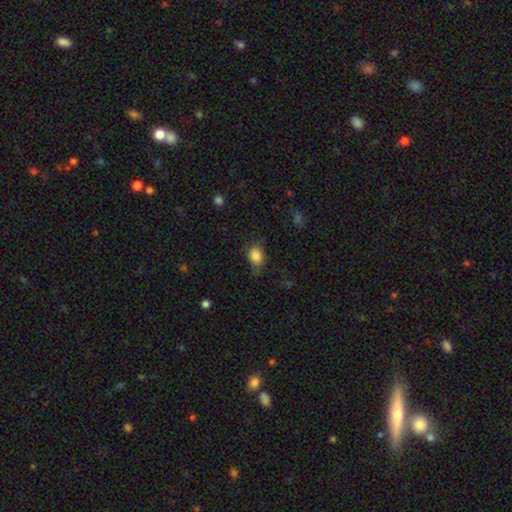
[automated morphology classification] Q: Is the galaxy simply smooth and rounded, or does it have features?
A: smooth — 84%.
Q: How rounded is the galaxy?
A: in between — 54%.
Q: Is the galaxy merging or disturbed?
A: none — 60%.